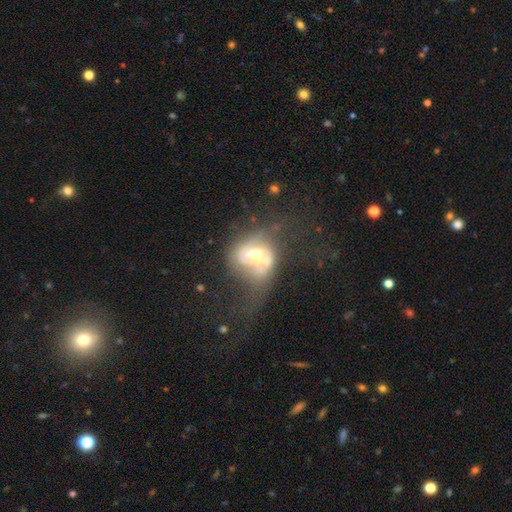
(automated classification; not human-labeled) A featured or disk galaxy (61%) with no bar (55%), no spiral arms (64%) and a moderate central bulge (67%).

Vote fractions:
- Smooth or featured? featured or disk: 61% / smooth: 30% / star or artifact: 10%
- Edge-on disk? no: 92% / yes: 8%
- Bar? no: 55% / weak: 27% / strong: 18%
- Spiral arms? no: 64% / yes: 36%
- Bulge size? moderate: 67% / small: 19% / large: 10% / dominant: 2% / none: 1%
- Merging? major disturbance: 39% / none: 25% / merger: 19% / minor disturbance: 17%